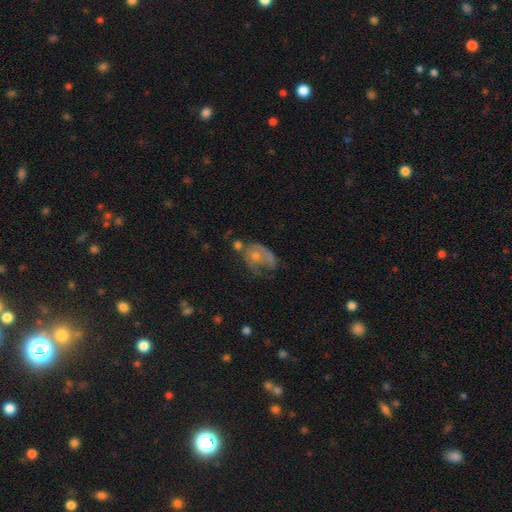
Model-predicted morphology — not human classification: This is possibly a featured or disk galaxy (56%). It is clearly not viewed edge-on (96%). Bar: clearly no (83%). Spiral arm pattern: possibly yes (58%). Central bulge: marginally small (42%, tied with moderate). Merging: marginally major disturbance (35%).